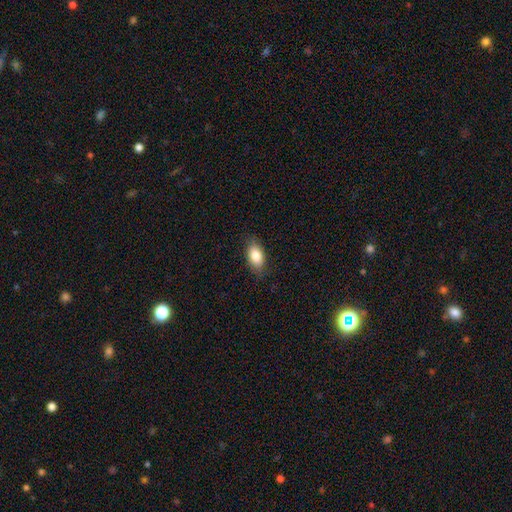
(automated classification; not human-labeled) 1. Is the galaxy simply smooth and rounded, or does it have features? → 84% smooth, 9% featured or disk, 7% star or artifact.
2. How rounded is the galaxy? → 89% in between, 7% round, 4% cigar-shaped.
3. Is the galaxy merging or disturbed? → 83% none, 13% minor disturbance, 3% major disturbance, 1% merger.